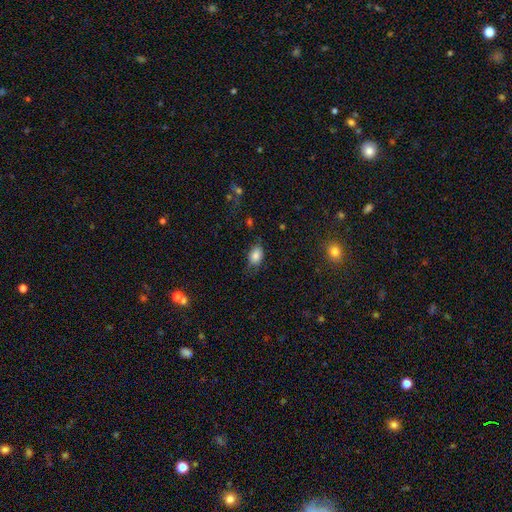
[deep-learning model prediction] smooth 83%, star or artifact 9%, featured or disk 8%. Down the decision tree: how rounded — in between (83%); merging — none (68%).